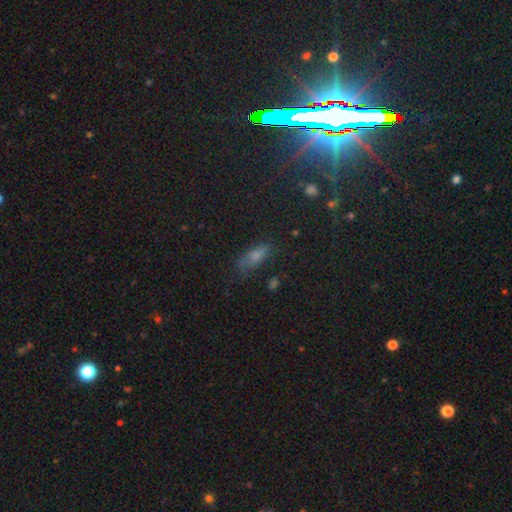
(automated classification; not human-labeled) Morphology: type=smooth (62%); roundness=in between (69%); merging=none (60%).